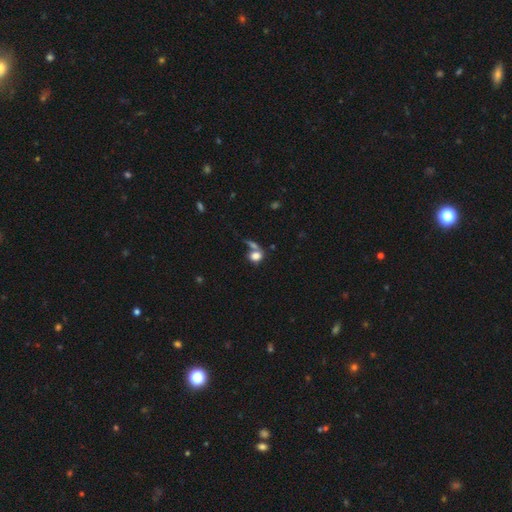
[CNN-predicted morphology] A smooth galaxy with no disk features (78%) that is in between round and cigar-shaped (52%).

Vote fractions:
- Smooth or featured? smooth: 78% / star or artifact: 11% / featured or disk: 11%
- How rounded? in between: 52% / round: 45% / cigar-shaped: 3%
- Merging? merger: 42% / none: 38% / minor disturbance: 11% / major disturbance: 9%